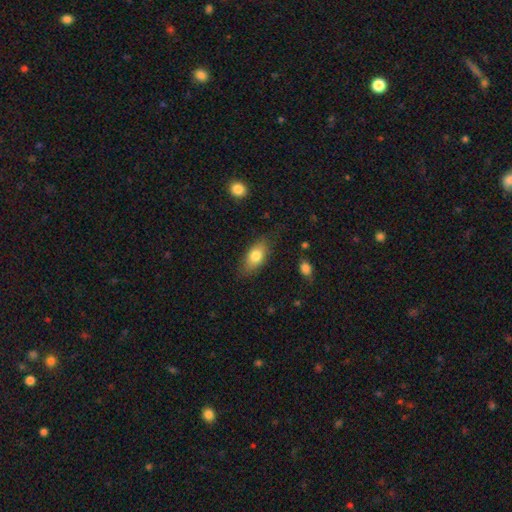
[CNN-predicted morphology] This is likely a smooth galaxy (77%). How rounded: clearly in between (85%). Merging: likely none (79%).